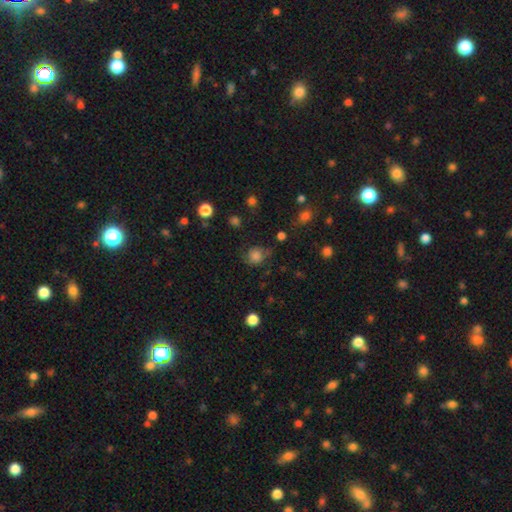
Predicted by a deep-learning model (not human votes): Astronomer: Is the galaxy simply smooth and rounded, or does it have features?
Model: smooth — 79%.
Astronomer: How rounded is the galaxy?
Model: round — 83%.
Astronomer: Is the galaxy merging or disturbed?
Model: none — 63%.